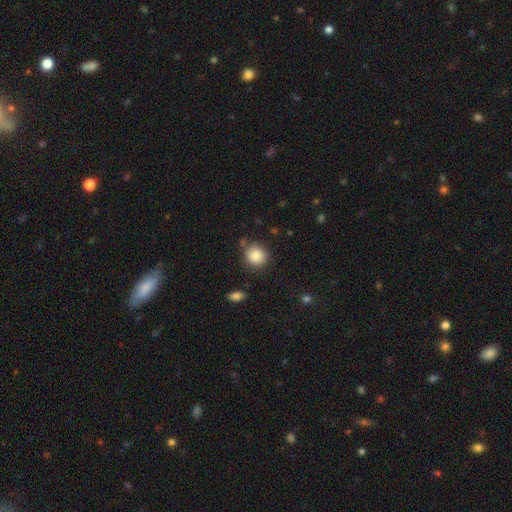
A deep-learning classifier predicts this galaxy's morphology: The model was most divided on "merging": none: 76%, minor disturbance: 15%, merger: 5%, major disturbance: 4%. More confident: smooth or featured — smooth (87%); how rounded — round (83%).